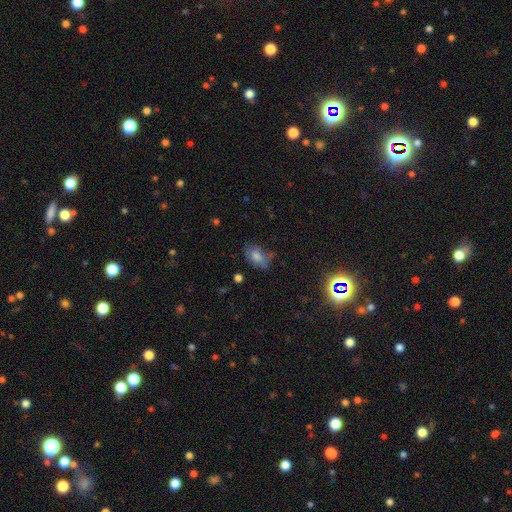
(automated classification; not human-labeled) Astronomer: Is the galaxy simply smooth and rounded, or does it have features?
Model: smooth — 73%.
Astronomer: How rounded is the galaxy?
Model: in between — 85%.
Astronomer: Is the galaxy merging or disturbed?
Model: none — 53% (runner-up: minor disturbance, 32%).